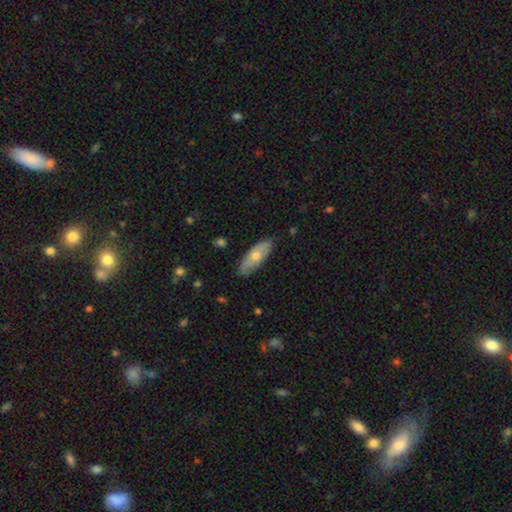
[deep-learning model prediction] Smooth or featured? smooth (59%)
How rounded? in between (69%)
Merging? none (85%)